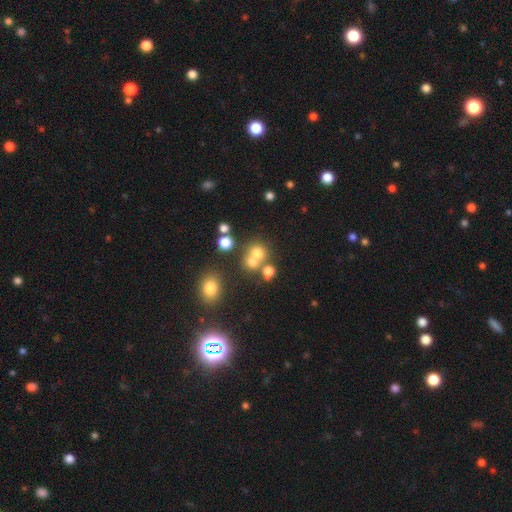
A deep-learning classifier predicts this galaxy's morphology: Smooth or featured? smooth (68%)
How rounded? round (82%)
Merging? none (47%)